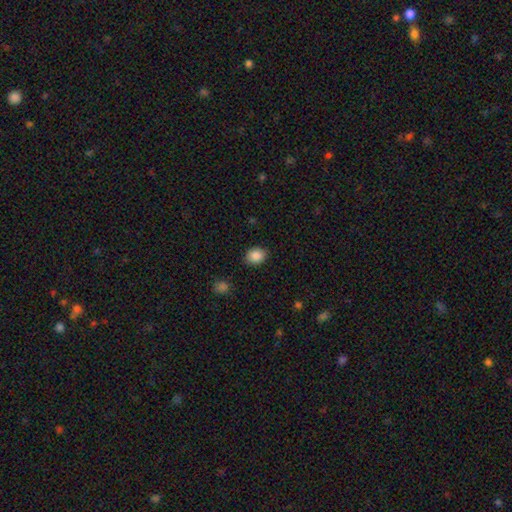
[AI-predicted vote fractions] This appears to be a smooth galaxy with no disk features (88%) that is in between round and cigar-shaped (59%). Merging: none (86%).